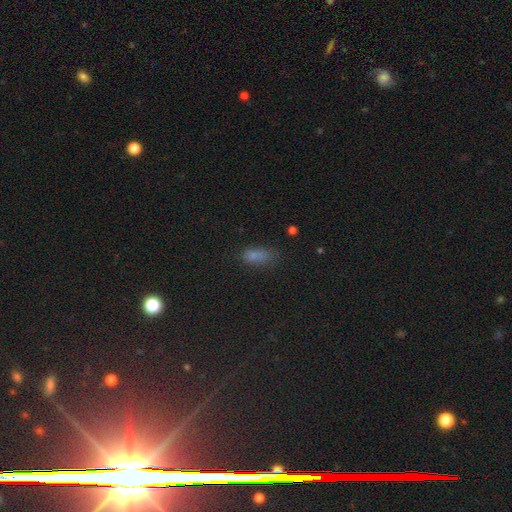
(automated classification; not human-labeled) smooth-or-featured: smooth: 71% | star or artifact: 19% | featured or disk: 9%
  how-rounded: in between: 80% | cigar-shaped: 13% | round: 7%
  merging: none: 52% | minor disturbance: 27% | major disturbance: 15% | merger: 6%